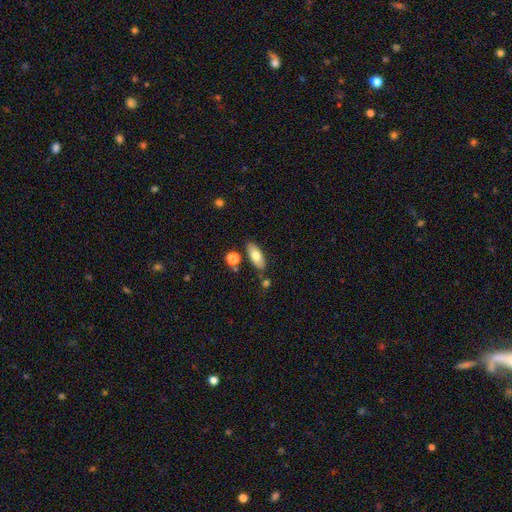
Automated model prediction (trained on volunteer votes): A smooth galaxy with no disk features (72%) that is in between round and cigar-shaped (81%).

Vote fractions:
- Smooth or featured? smooth: 72% / featured or disk: 21% / star or artifact: 7%
- How rounded? in between: 81% / cigar-shaped: 16% / round: 3%
- Merging? none: 79% / minor disturbance: 12% / merger: 6% / major disturbance: 3%